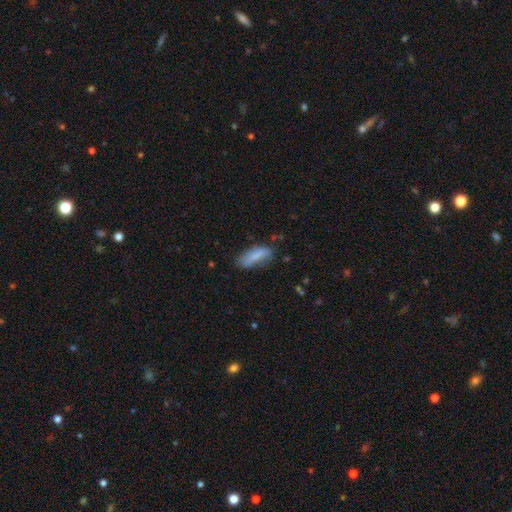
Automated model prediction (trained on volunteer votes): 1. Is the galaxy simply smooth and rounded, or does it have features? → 76% smooth, 17% featured or disk, 7% star or artifact.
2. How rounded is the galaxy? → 60% in between, 38% cigar-shaped, 2% round.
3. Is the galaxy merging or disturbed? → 63% none, 26% minor disturbance, 8% major disturbance, 3% merger.